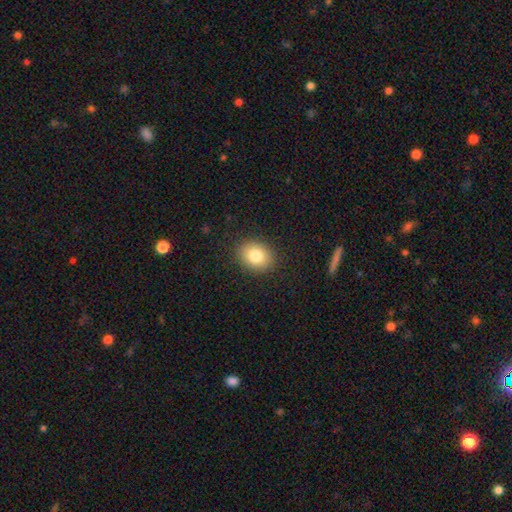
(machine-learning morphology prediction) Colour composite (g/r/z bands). It shows a smooth galaxy with no disk features (81%) that is round (50%). Merging: none (89%).